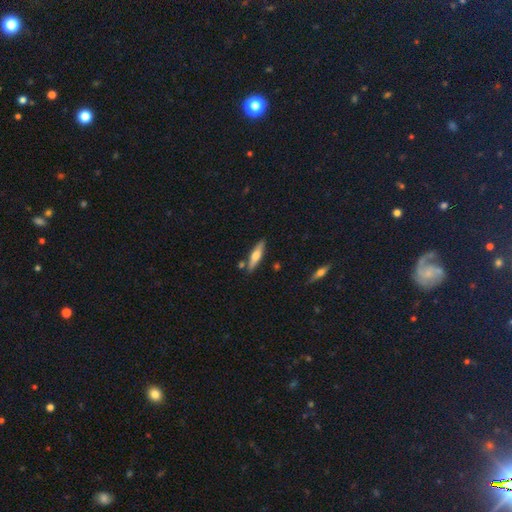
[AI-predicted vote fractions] Smooth or featured: smooth — 48% (featured or disk — 47%)
Merging: none — 82% (minor disturbance — 10%)